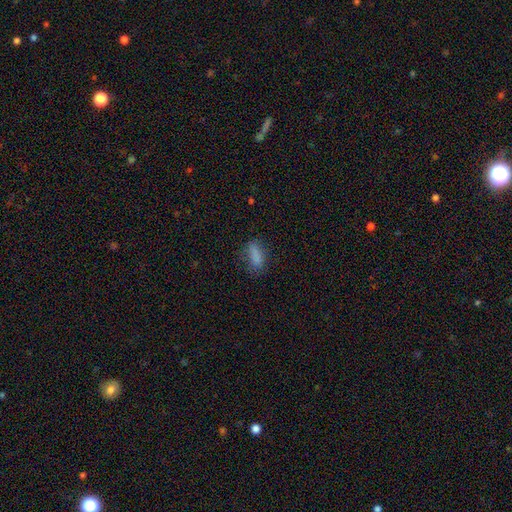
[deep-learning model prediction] Smooth or featured?
  - smooth: 80% *
  - star or artifact: 11%
  - featured or disk: 9%
How rounded?
  - in between: 77% *
  - cigar-shaped: 18%
  - round: 5%
Merging?
  - none: 65% *
  - minor disturbance: 22%
  - major disturbance: 10%
  - merger: 2%